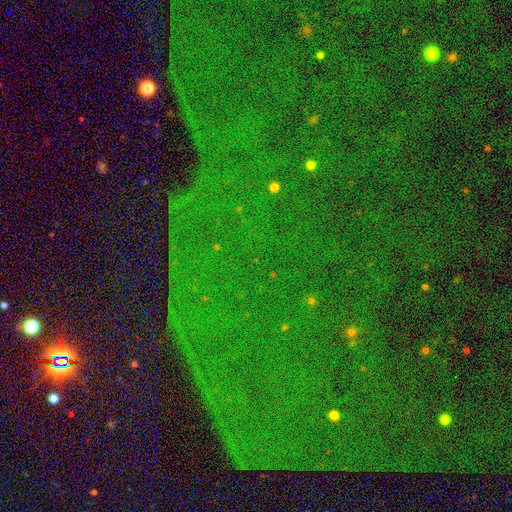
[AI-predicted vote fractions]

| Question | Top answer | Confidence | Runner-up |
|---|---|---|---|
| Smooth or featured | star or artifact | 86% | featured or disk (7%) |